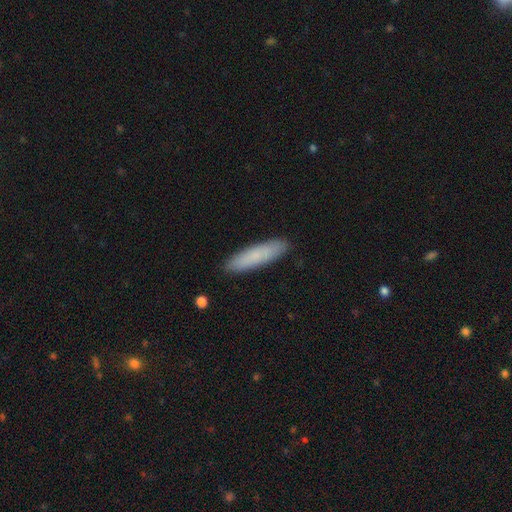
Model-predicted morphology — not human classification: The model was most divided on "how rounded": cigar-shaped: 77%, in between: 22%, round: 1%. More confident: merging — none (90%); smooth or featured — smooth (79%).